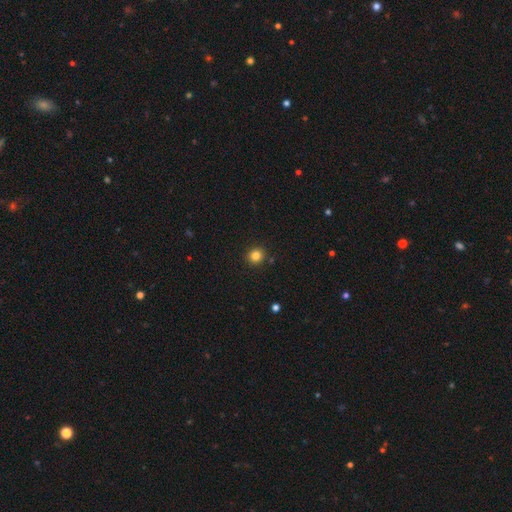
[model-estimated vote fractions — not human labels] Smooth or featured: smooth — 82% (star or artifact — 13%)
How rounded: round — 91% (in between — 8%)
Merging: none — 91% (minor disturbance — 6%)